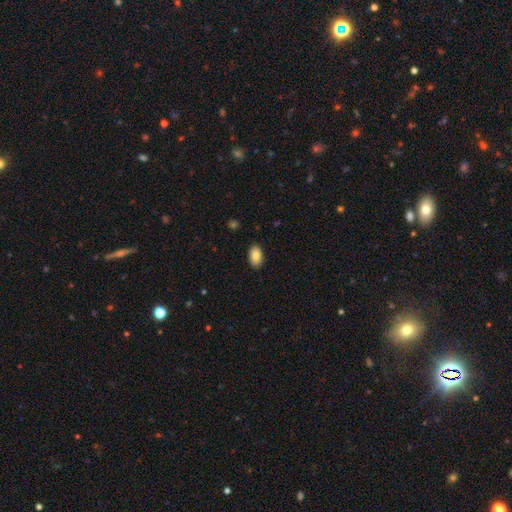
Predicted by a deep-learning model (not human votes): This is clearly a smooth galaxy (85%). How rounded: clearly in between (93%). Merging: clearly none (89%).